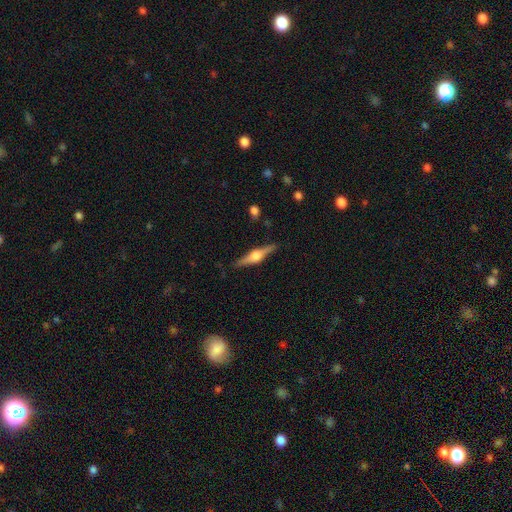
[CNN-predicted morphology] Smooth or featured? featured or disk (77%)
Edge-on disk? yes (98%)
Edge-on bulge? rounded (92%)
Merging? none (87%)